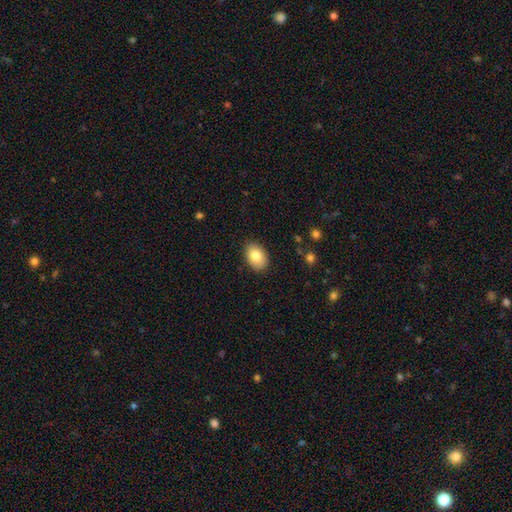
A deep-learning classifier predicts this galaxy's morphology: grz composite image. It shows a smooth galaxy with no disk features (82%) that is in between round and cigar-shaped (84%). Merging: none (88%).